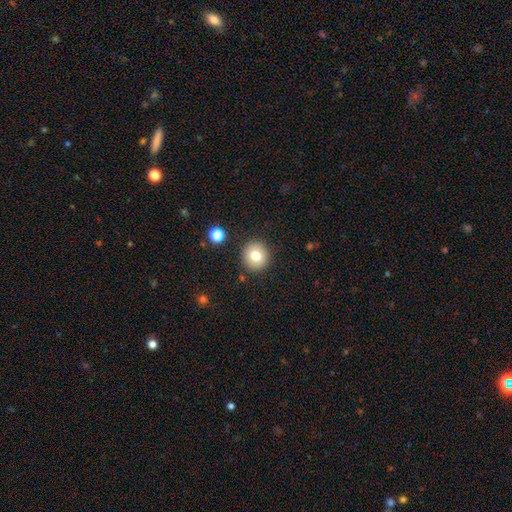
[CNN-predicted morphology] Smooth or featured: smooth — 78% (featured or disk — 11%)
How rounded: round — 92% (in between — 7%)
Merging: none — 88% (minor disturbance — 7%)